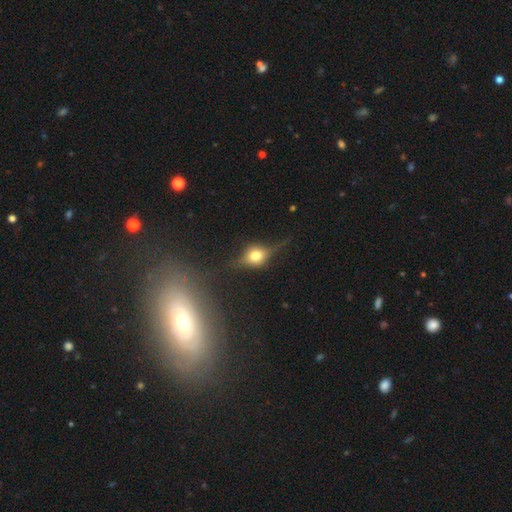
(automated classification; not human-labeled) Smooth or featured: featured or disk — 54% (smooth — 32%)
Edge-on disk: yes — 85% (no — 15%)
Merging: none — 66% (minor disturbance — 19%)